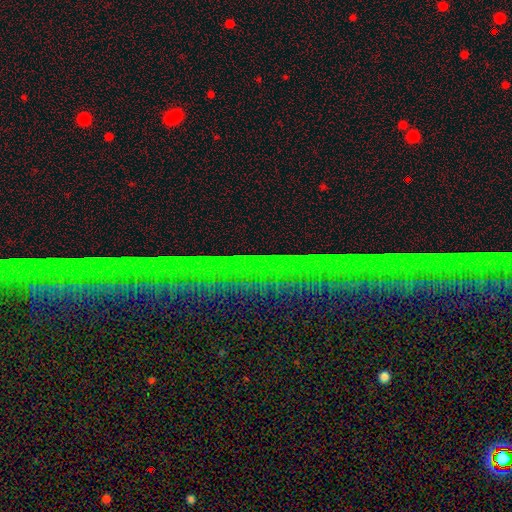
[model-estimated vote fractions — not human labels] The model was most divided on "smooth or featured": star or artifact: 81%, featured or disk: 11%, smooth: 8%.